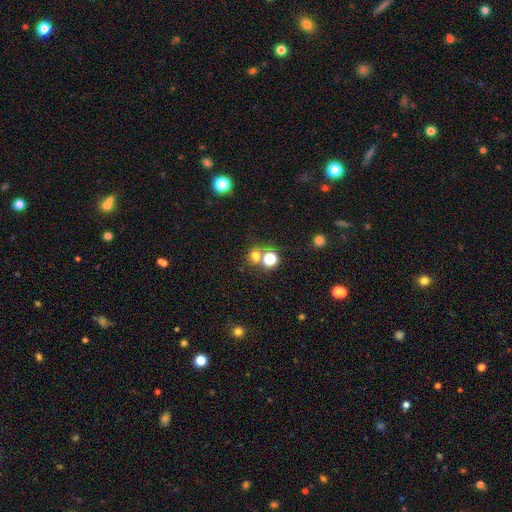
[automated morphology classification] This is likely a smooth galaxy (65%). How rounded: likely round (79%). Merging: possibly none (60%).